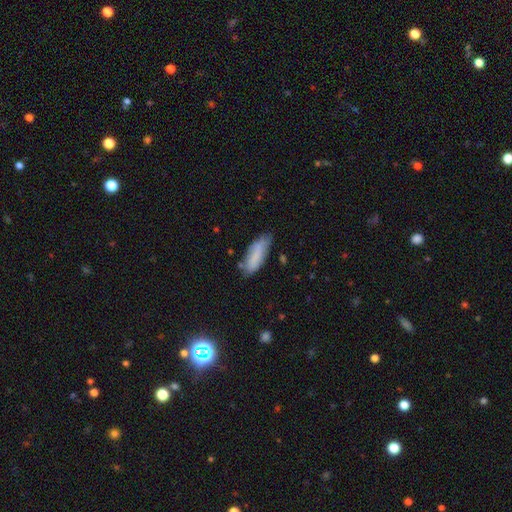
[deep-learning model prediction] smooth 77%, featured or disk 16%, star or artifact 7%. Down the decision tree: how rounded — in between (61%); merging — none (63%).